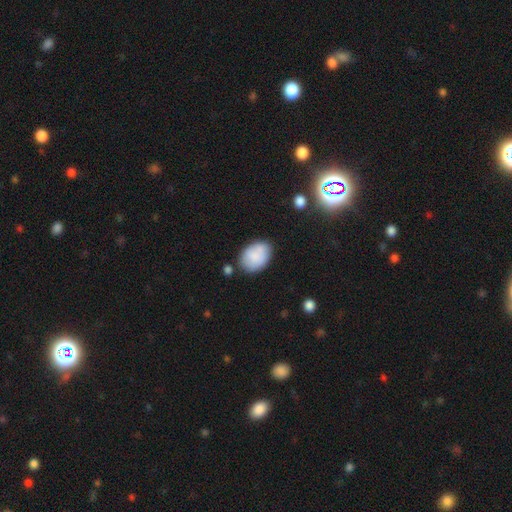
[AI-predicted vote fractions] The model was most divided on "merging": none: 69%, minor disturbance: 19%, merger: 7%, major disturbance: 5%. More confident: smooth or featured — smooth (83%); how rounded — in between (78%).